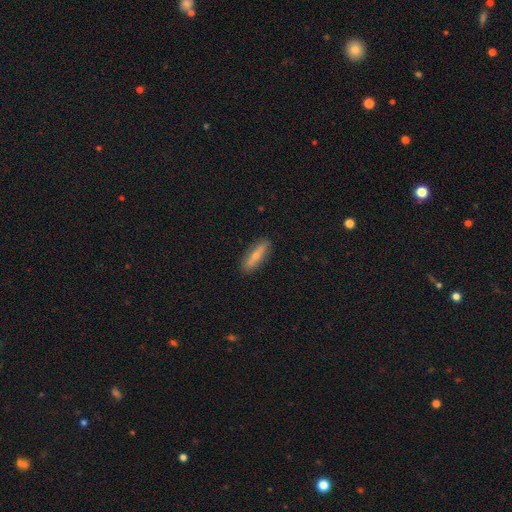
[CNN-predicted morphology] Overall: smooth (62%; featured or disk 31%). How rounded: cigar-shaped (62%; in between 36%). Merging: none (87%).